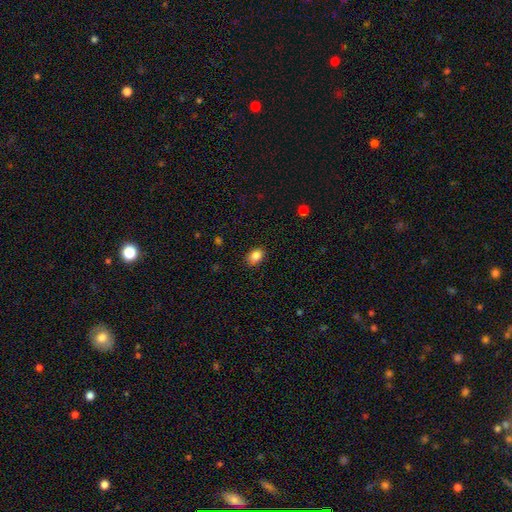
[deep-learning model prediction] Q: Smooth or featured?
A: smooth (86%); runner-up: star or artifact (9%)
Q: How rounded?
A: in between (76%); runner-up: round (23%)
Q: Merging?
A: none (87%); runner-up: minor disturbance (9%)